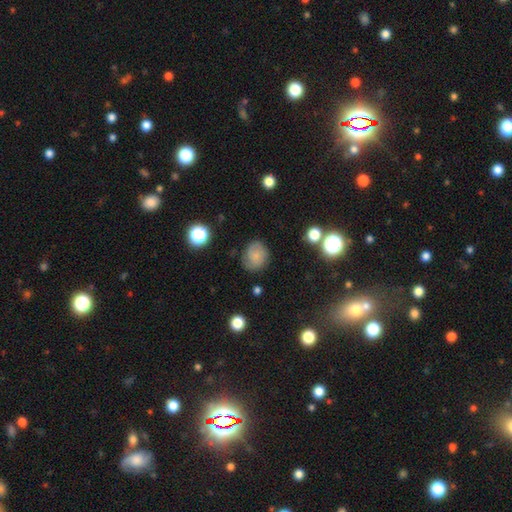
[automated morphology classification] Smooth or featured? Predicted: smooth (p=0.72). How rounded? Predicted: round (p=0.71). Merging? Predicted: none (p=0.73).